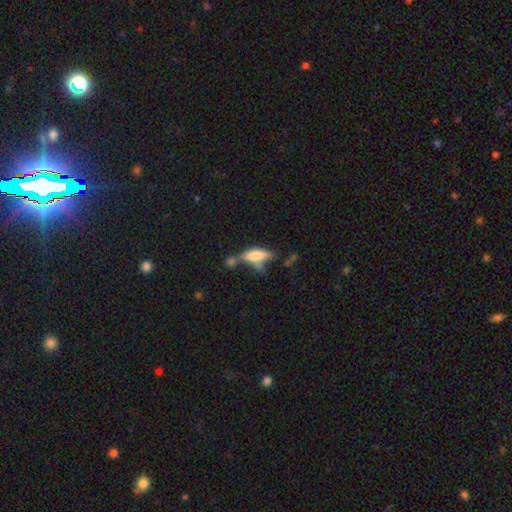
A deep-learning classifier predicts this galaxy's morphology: Q: Smooth or featured?
A: smooth (59%); runner-up: featured or disk (32%)
Q: How rounded?
A: in between (54%); runner-up: cigar-shaped (43%)
Q: Merging?
A: none (38%); runner-up: merger (28%)